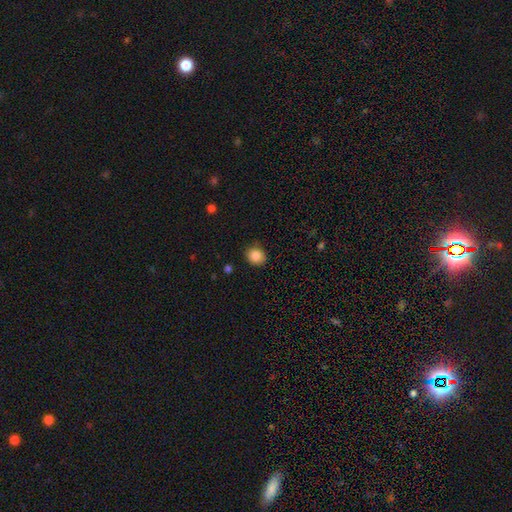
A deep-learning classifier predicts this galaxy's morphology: smooth_or_featured: smooth (p=0.86) [alt: star or artifact p=0.09]
how_rounded: round (p=0.68) [alt: in between p=0.32]
merging: none (p=0.86) [alt: minor disturbance p=0.10]